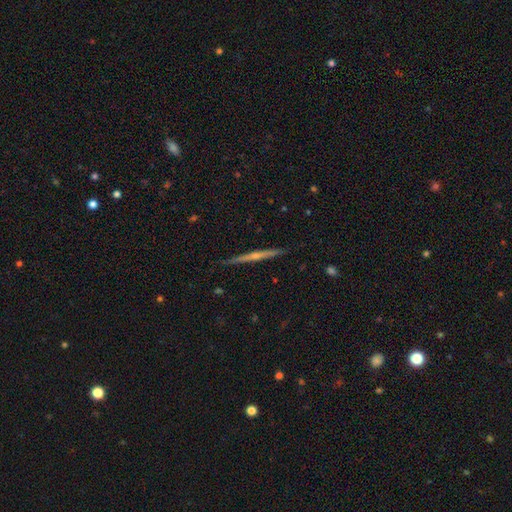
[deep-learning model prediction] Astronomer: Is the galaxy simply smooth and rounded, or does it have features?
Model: featured or disk — 75%.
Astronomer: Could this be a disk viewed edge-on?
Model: yes — 98%.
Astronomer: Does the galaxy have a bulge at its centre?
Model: rounded — 67%.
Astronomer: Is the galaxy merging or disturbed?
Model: none — 90%.